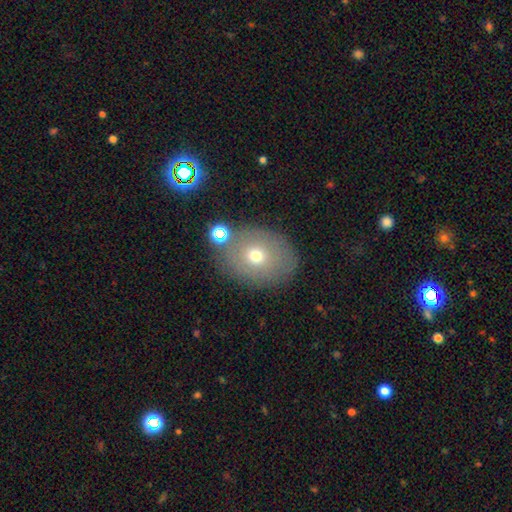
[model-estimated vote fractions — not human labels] The model was most divided on "how rounded": round: 50%, in between: 49%, cigar-shaped: 1%. More confident: merging — none (76%); smooth or featured — smooth (65%).